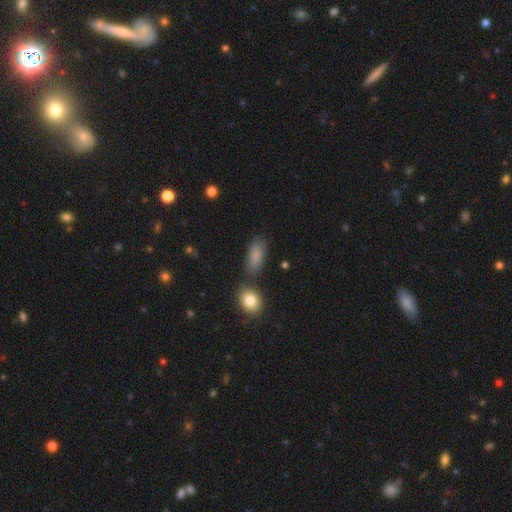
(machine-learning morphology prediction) smooth-or-featured: smooth: 85% | star or artifact: 7% | featured or disk: 7%
  how-rounded: in between: 85% | cigar-shaped: 11% | round: 4%
  merging: none: 71% | minor disturbance: 15% | merger: 9% | major disturbance: 4%